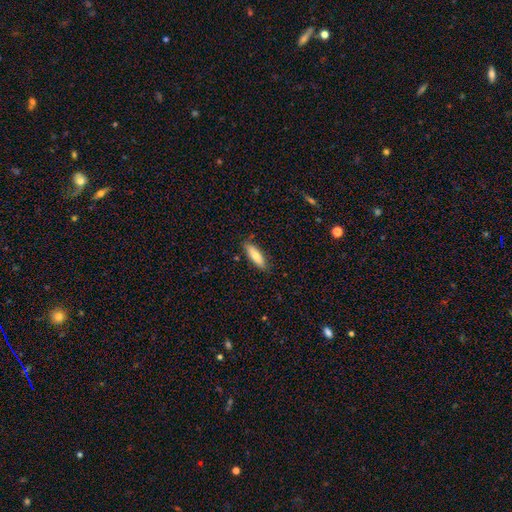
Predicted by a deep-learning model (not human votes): The model was most divided on "how rounded": in between: 50%, cigar-shaped: 49%, round: 2%. More confident: merging — none (84%); smooth or featured — smooth (75%).